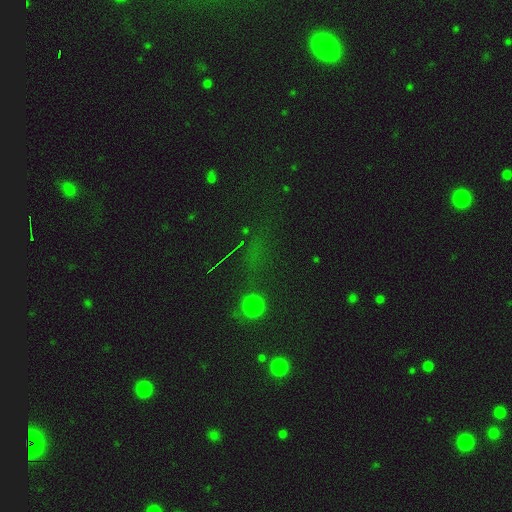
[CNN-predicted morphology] A star or artifact, not a galaxy (58%).

Vote fractions:
- Smooth or featured? star or artifact: 58% / smooth: 33% / featured or disk: 9%